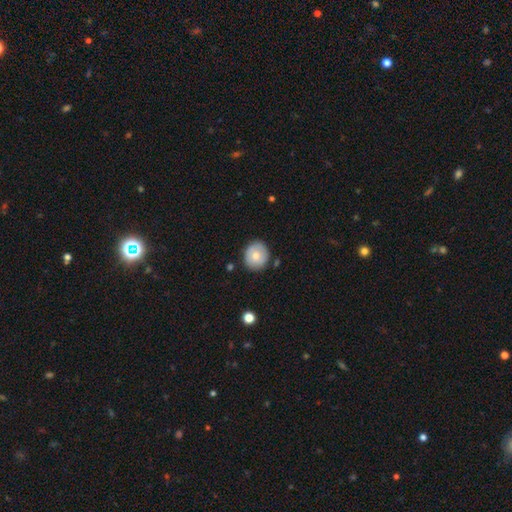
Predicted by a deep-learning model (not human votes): Smooth or featured? smooth (71%)
How rounded? round (86%)
Merging? none (85%)